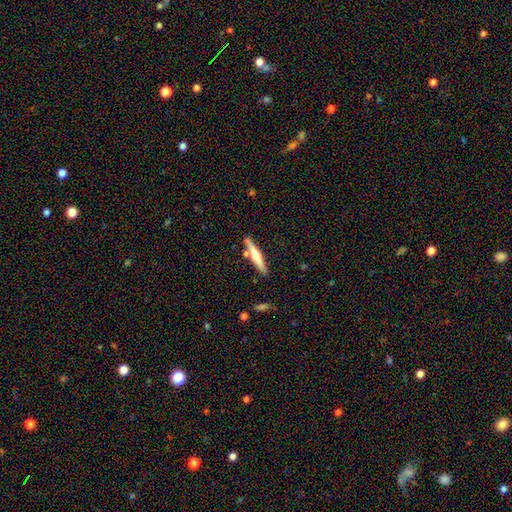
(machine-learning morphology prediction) This appears to be a smooth galaxy with no disk features (47%, tied with featured or disk). Merging: none (81%).